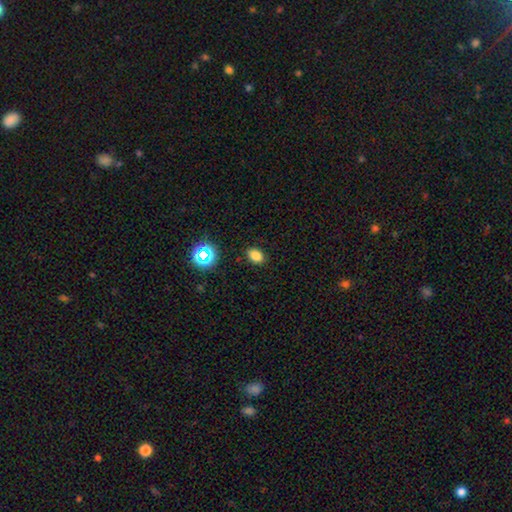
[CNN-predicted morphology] Smooth or featured?
  - smooth: 79% *
  - star or artifact: 16%
  - featured or disk: 5%
How rounded?
  - in between: 80% *
  - round: 19%
  - cigar-shaped: 1%
Merging?
  - none: 87% *
  - minor disturbance: 9%
  - major disturbance: 3%
  - merger: 1%